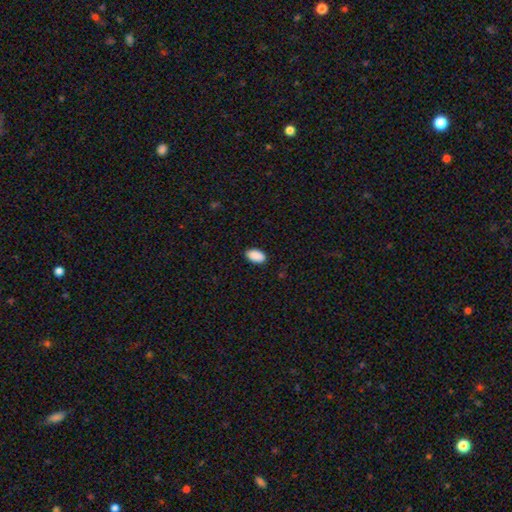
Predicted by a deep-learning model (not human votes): Smooth or featured?
  - smooth: 91% *
  - star or artifact: 7%
  - featured or disk: 2%
How rounded?
  - in between: 95% *
  - round: 4%
  - cigar-shaped: 2%
Merging?
  - none: 88% *
  - minor disturbance: 9%
  - major disturbance: 2%
  - merger: 1%